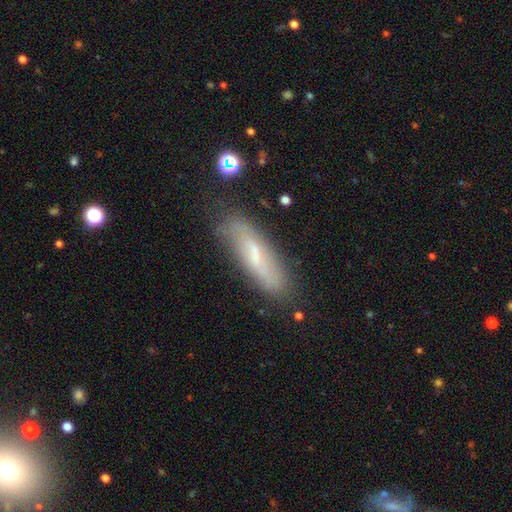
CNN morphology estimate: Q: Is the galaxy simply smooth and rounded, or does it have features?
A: smooth — 47%.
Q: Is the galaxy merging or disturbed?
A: none — 73%.